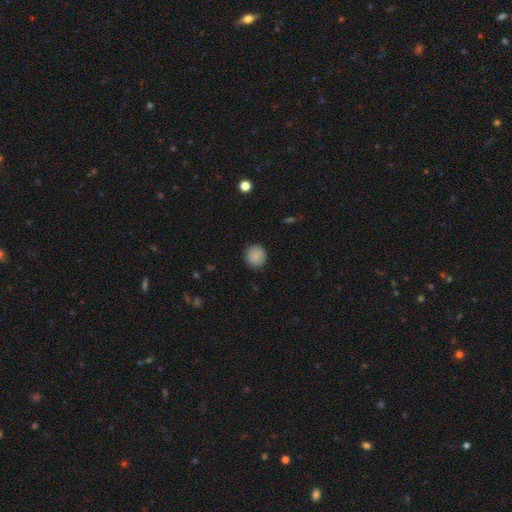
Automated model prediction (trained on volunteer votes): This is clearly a smooth galaxy (88%). How rounded: clearly round (89%). Merging: clearly none (89%).